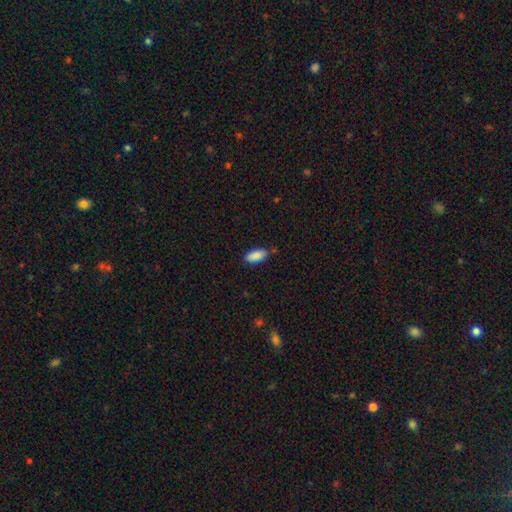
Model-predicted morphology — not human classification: This is clearly a smooth galaxy (89%). How rounded: clearly in between (86%). Merging: likely none (78%).